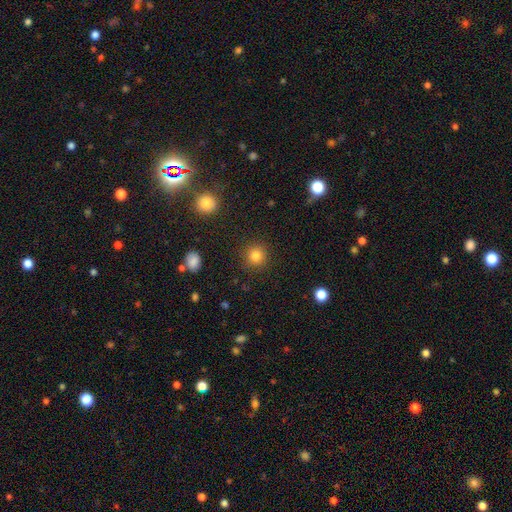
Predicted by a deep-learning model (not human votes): Smooth or featured: smooth — 83% (star or artifact — 12%)
How rounded: round — 93% (in between — 6%)
Merging: none — 90% (minor disturbance — 6%)